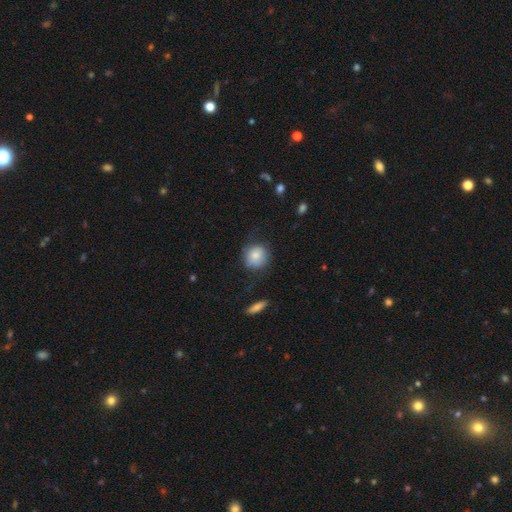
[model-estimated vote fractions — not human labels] Overall: smooth (81%). How rounded: round (89%). Merging: none (72%).